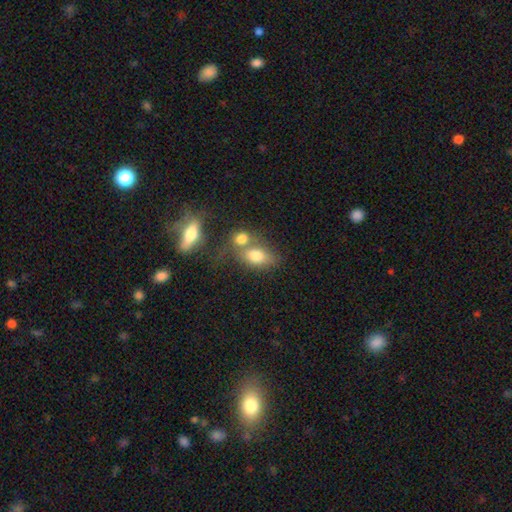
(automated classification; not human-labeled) Smooth or featured? smooth (76%)
How rounded? in between (75%)
Merging? merger (46%)